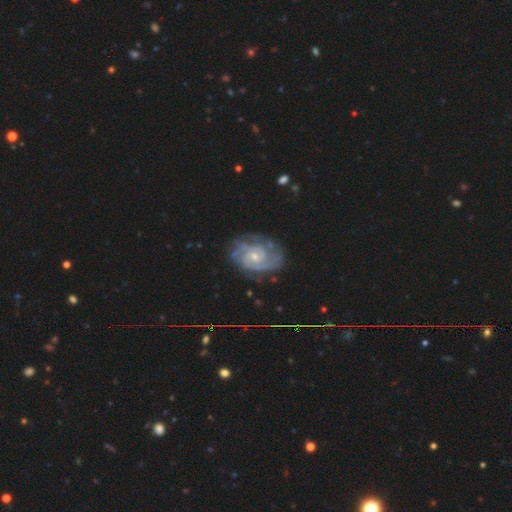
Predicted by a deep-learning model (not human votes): Smooth or featured: featured or disk — 87% (star or artifact — 7%)
Edge-on disk: no — 97% (yes — 3%)
Bar: no — 72% (weak — 23%)
Spiral arms: yes — 97% (no — 3%)
Spiral winding: tight — 67% (medium — 28%)
Spiral arm count: 2 — 28% (can't tell — 26%)
Bulge size: small — 64% (moderate — 32%)
Merging: none — 75% (minor disturbance — 17%)